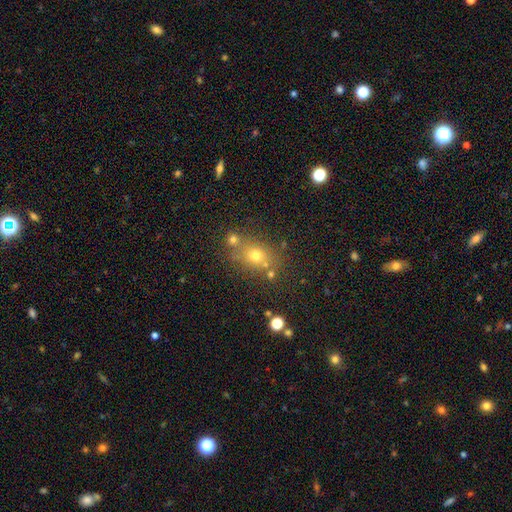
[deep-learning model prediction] The model was most divided on "how rounded": round: 54%, in between: 44%, cigar-shaped: 2%. More confident: merging — none (67%); smooth or featured — smooth (65%).